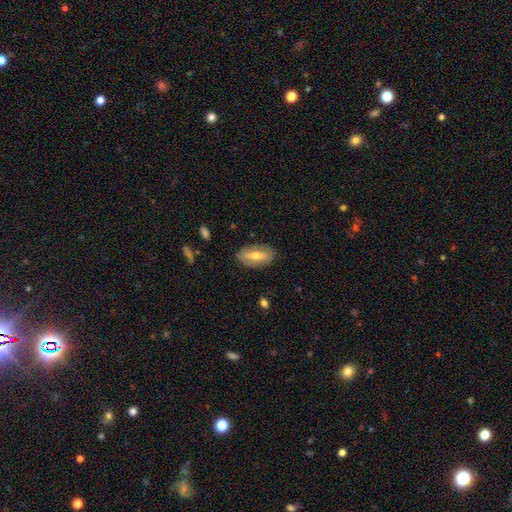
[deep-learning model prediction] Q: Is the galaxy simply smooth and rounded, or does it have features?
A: smooth — 48%.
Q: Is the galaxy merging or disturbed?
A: none — 83%.